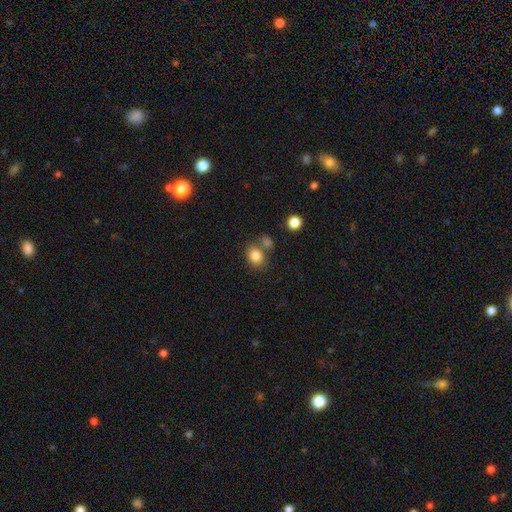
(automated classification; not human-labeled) Morphology: type=smooth (83%); roundness=round (57%); merging=none (64%).